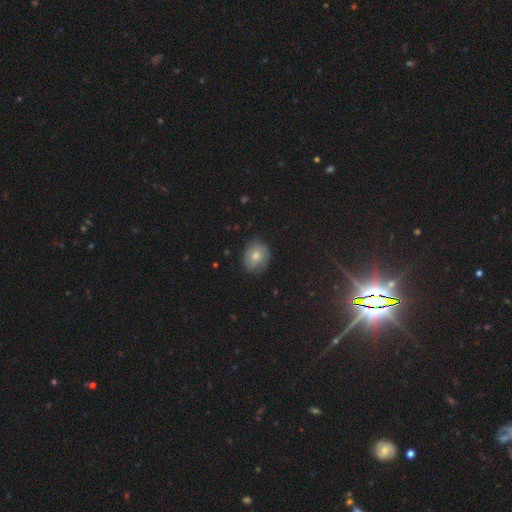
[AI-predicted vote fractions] Smooth or featured: smooth — 54% (featured or disk — 27%)
How rounded: round — 62% (in between — 37%)
Merging: none — 78% (minor disturbance — 16%)